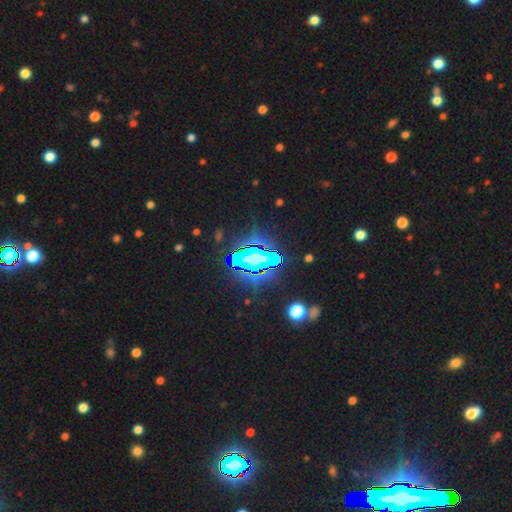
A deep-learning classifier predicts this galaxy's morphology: star or artifact 82%, smooth 9%, featured or disk 9%.